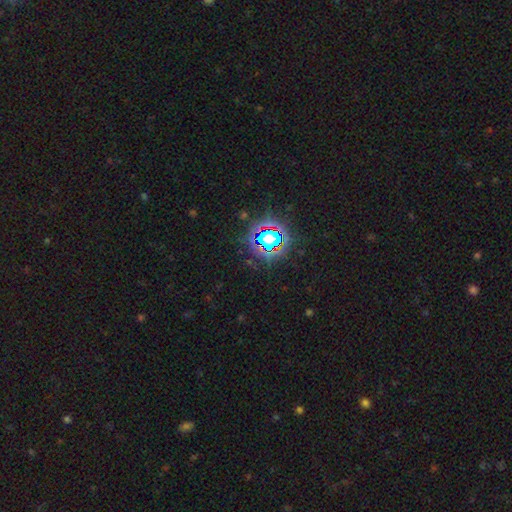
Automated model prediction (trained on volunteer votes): This appears to be a star or artifact, not a galaxy (80%).